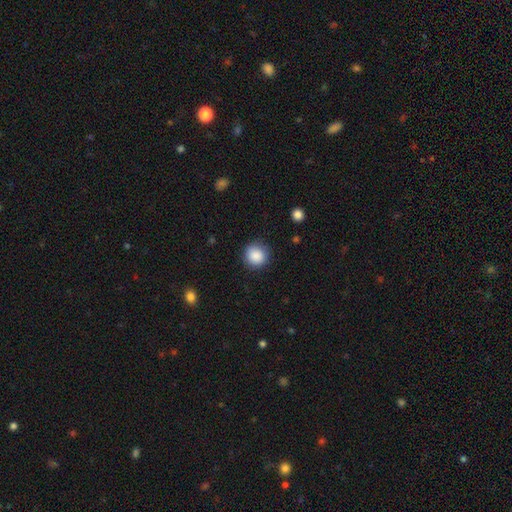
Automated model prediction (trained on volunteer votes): Q: Smooth or featured?
A: smooth (88%); runner-up: star or artifact (9%)
Q: How rounded?
A: round (92%); runner-up: in between (7%)
Q: Merging?
A: none (86%); runner-up: minor disturbance (10%)